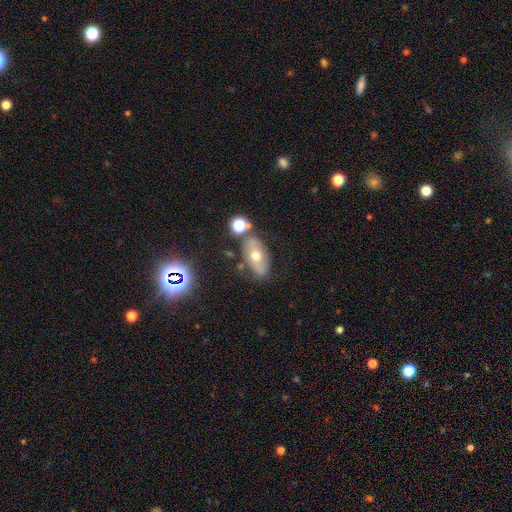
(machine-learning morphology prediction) Q: Smooth or featured?
A: smooth (47%); runner-up: featured or disk (38%)
Q: Merging?
A: none (70%); runner-up: minor disturbance (16%)